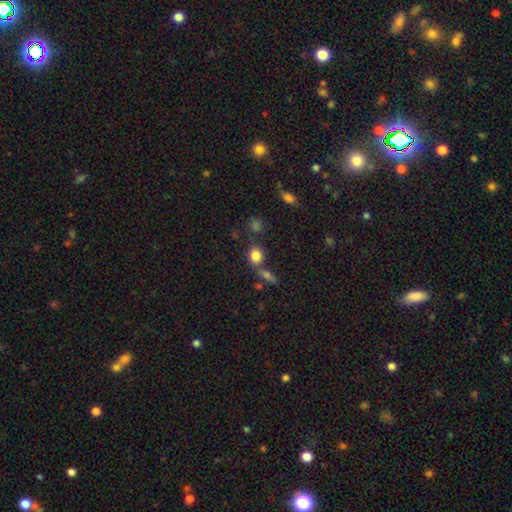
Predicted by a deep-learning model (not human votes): Smooth or featured: smooth — 82% (star or artifact — 11%)
How rounded: round — 64% (in between — 34%)
Merging: none — 58% (merger — 25%)